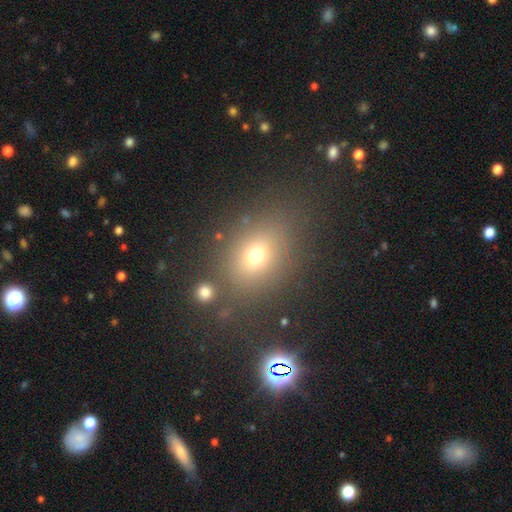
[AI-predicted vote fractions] Smooth or featured: smooth — 68% (star or artifact — 19%)
How rounded: in between — 52% (round — 46%)
Merging: none — 78% (minor disturbance — 11%)